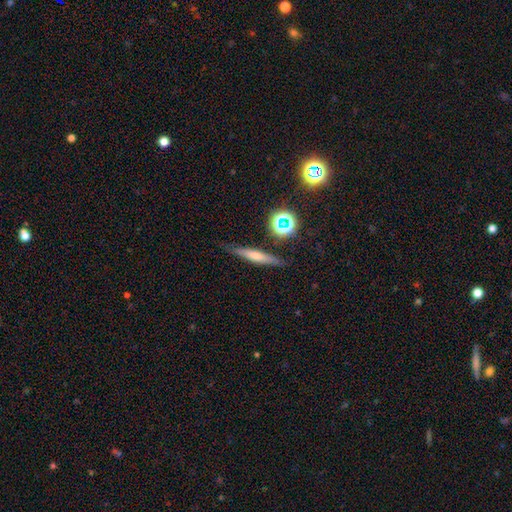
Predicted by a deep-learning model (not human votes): Smooth or featured? featured or disk (47%)
Merging? none (84%)